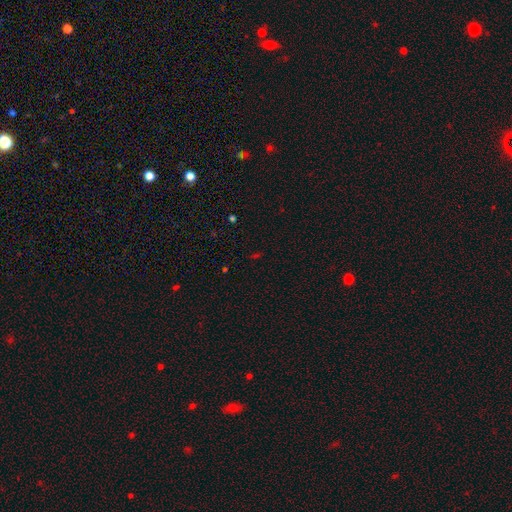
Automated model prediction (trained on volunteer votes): This appears to be a star or artifact, not a galaxy (61%).